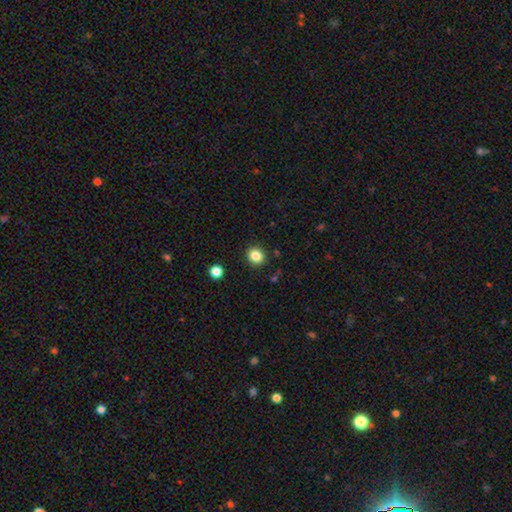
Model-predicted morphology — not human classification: A smooth galaxy with no disk features (85%) that is round (80%). Merging: none (90%).